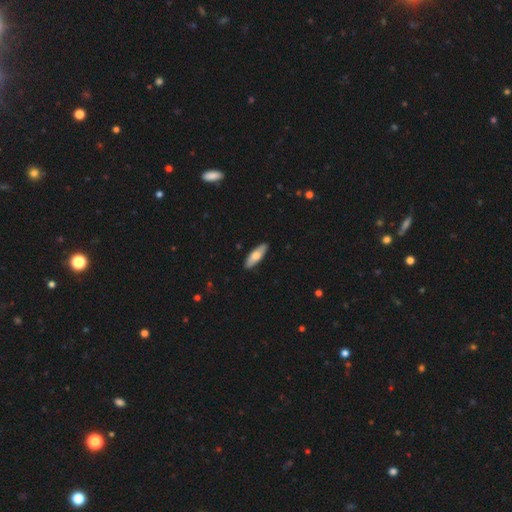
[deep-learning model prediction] A smooth galaxy with no disk features (67%) that is in between round and cigar-shaped (56%).

Vote fractions:
- Smooth or featured? smooth: 67% / featured or disk: 27% / star or artifact: 5%
- How rounded? in between: 56% / cigar-shaped: 42% / round: 2%
- Merging? none: 90% / minor disturbance: 8% / major disturbance: 1% / merger: 1%